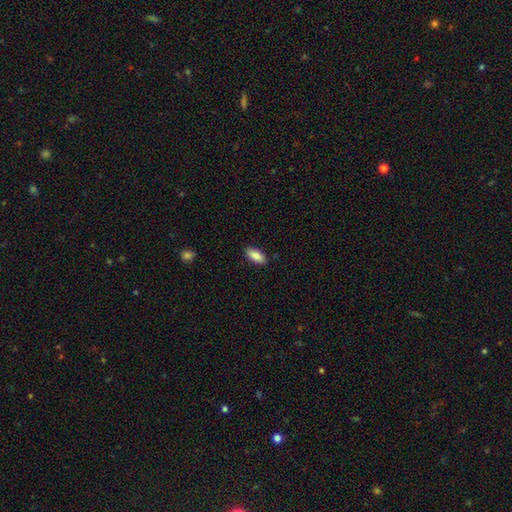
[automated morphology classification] A smooth galaxy with no disk features (89%) that is in between round and cigar-shaped (85%). Merging: none (87%).